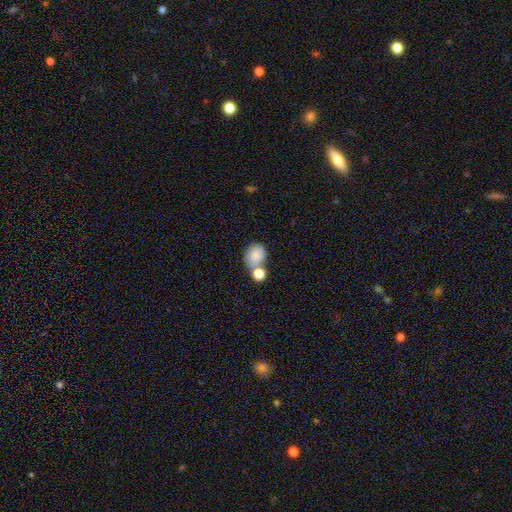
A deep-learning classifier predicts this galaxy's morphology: This appears to be a smooth galaxy with no disk features (83%) that is round (50%). Merging: merger (41%, tied with none).